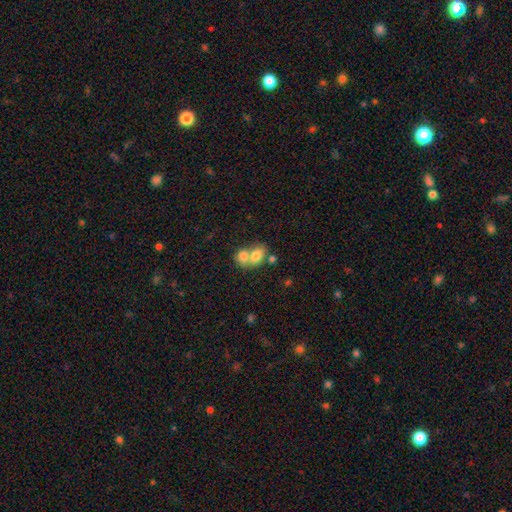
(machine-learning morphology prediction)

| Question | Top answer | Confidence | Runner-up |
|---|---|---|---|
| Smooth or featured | smooth | 76% | featured or disk (15%) |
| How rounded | in between | 73% | round (26%) |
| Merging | merger | 67% | none (23%) |